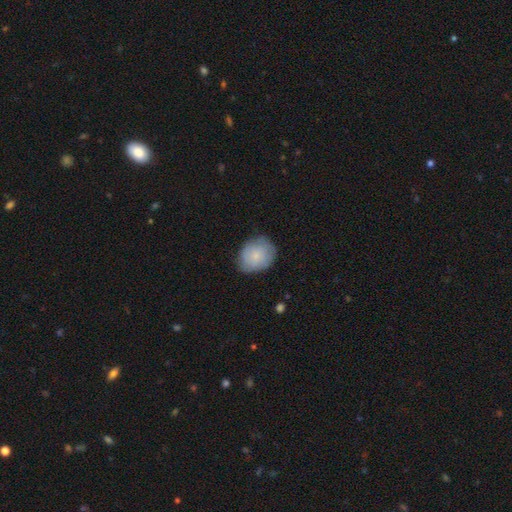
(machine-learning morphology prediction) type=smooth (67%); roundness=round (51%); merging=none (71%).